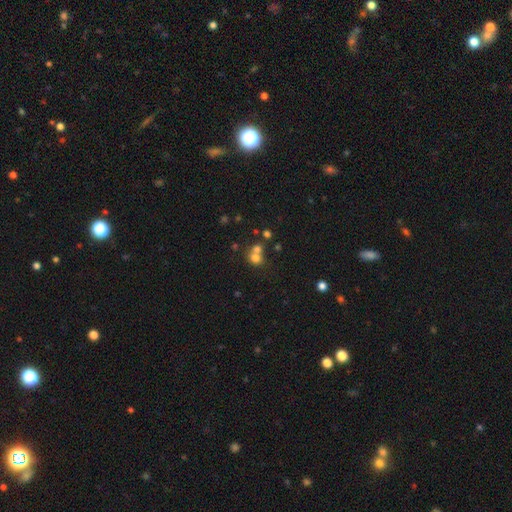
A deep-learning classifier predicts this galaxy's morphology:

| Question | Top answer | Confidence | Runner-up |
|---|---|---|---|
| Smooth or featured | smooth | 70% | star or artifact (16%) |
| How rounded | round | 71% | in between (28%) |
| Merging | merger | 53% | none (36%) |